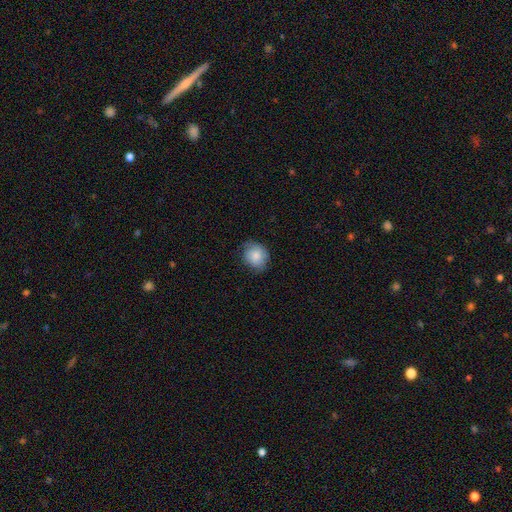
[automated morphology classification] A smooth galaxy with no disk features (79%) that is round (68%). Merging: none (64%).